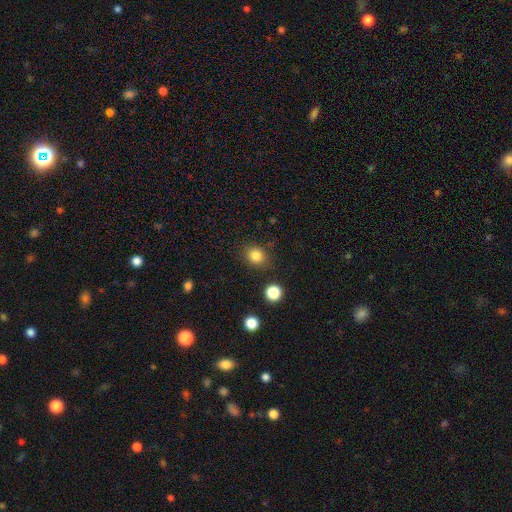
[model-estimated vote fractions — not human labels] Q: Smooth or featured?
A: smooth (83%); runner-up: star or artifact (12%)
Q: How rounded?
A: round (72%); runner-up: in between (27%)
Q: Merging?
A: none (85%); runner-up: minor disturbance (9%)